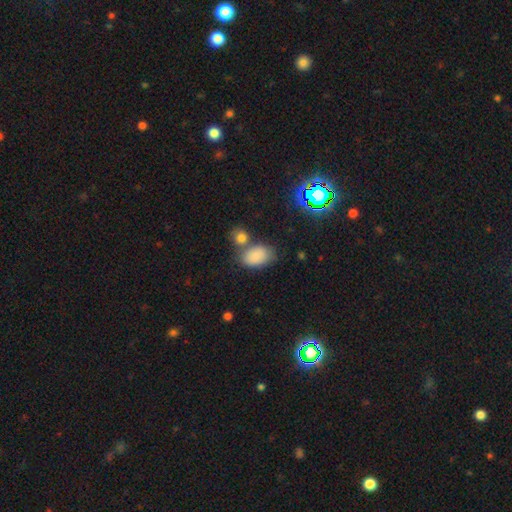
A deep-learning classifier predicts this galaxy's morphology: type=smooth (82%); roundness=in between (89%); merging=none (51%).